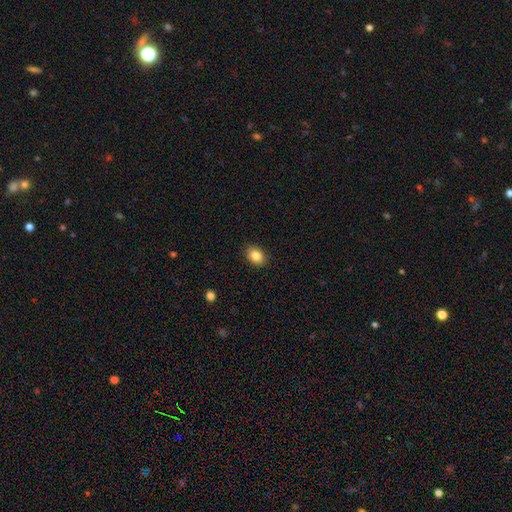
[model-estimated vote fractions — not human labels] Smooth or featured? smooth (86%)
How rounded? in between (73%)
Merging? none (89%)